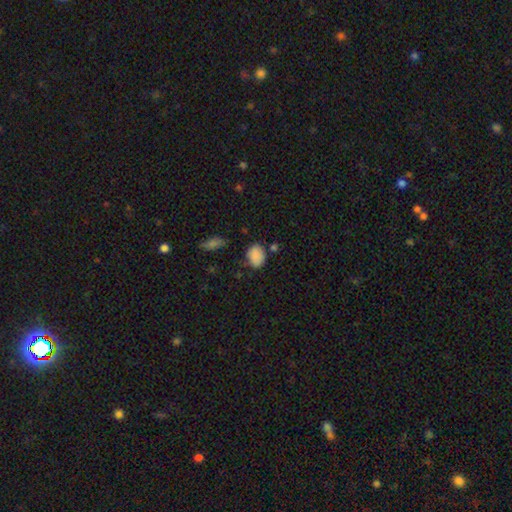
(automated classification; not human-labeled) Overall: smooth (86%). How rounded: in between (72%). Merging: none (69%).